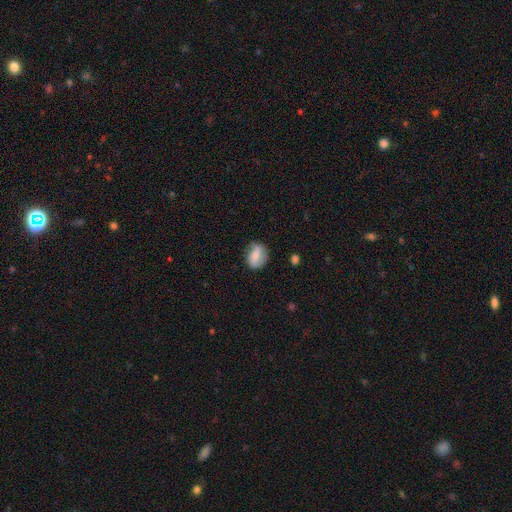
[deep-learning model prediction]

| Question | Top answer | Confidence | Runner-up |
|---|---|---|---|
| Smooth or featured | smooth | 57% | featured or disk (35%) |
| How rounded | in between | 60% | round (38%) |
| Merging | none | 68% | minor disturbance (23%) |